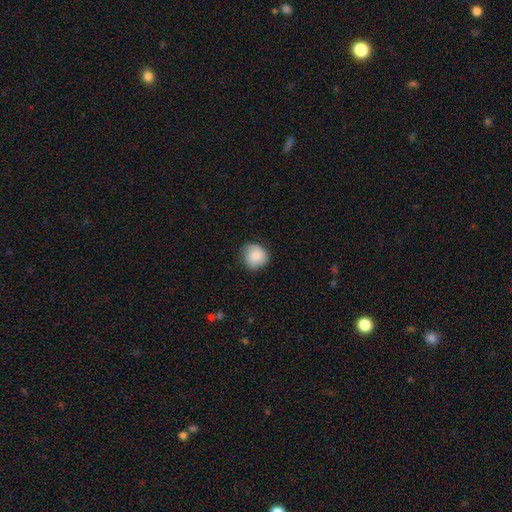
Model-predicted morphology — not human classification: smooth_or_featured: smooth (p=0.84) [alt: featured or disk p=0.09]
how_rounded: round (p=0.87) [alt: in between p=0.12]
merging: none (p=0.70) [alt: minor disturbance p=0.24]